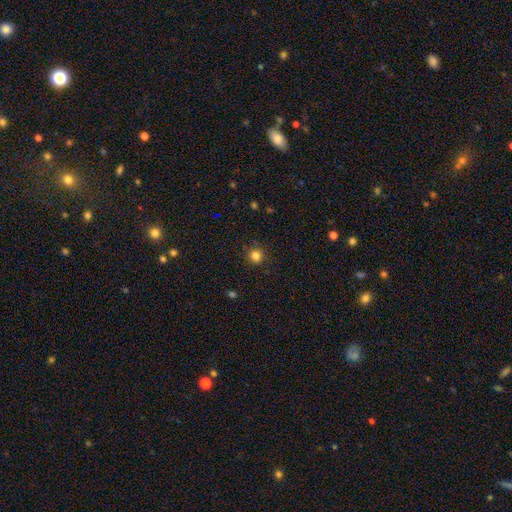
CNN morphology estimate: A smooth galaxy with no disk features (82%) that is round (92%). Merging: none (88%).